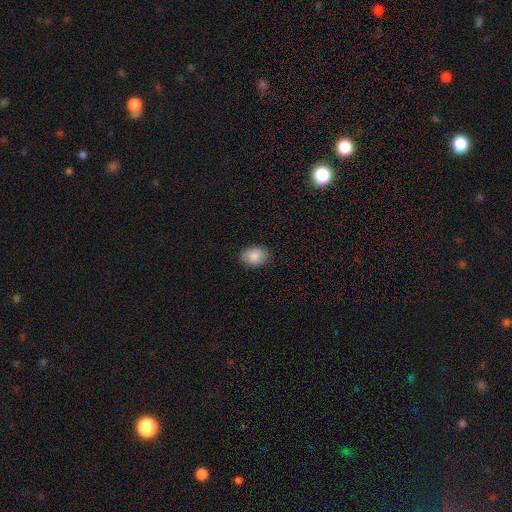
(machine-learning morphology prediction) type=smooth (87%); roundness=in between (68%); merging=none (87%).